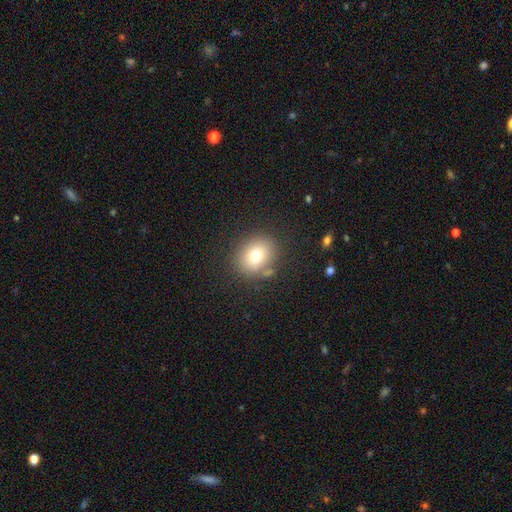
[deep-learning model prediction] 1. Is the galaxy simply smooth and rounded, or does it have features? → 75% smooth, 13% star or artifact, 13% featured or disk.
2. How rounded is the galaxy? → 62% round, 37% in between, 1% cigar-shaped.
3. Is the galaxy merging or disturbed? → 79% none, 11% minor disturbance, 5% merger, 4% major disturbance.